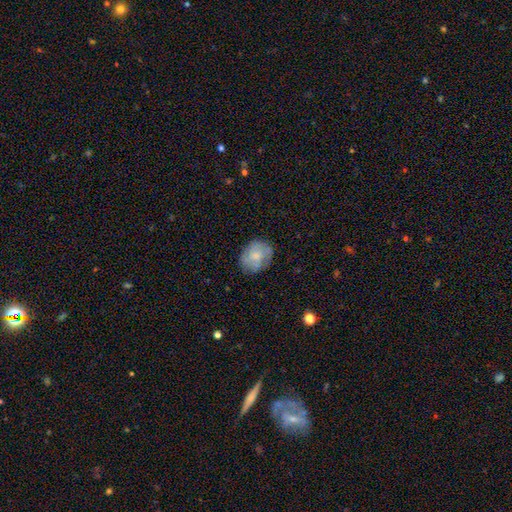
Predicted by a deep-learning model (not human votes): smooth_or_featured: smooth (p=0.55) [alt: featured or disk p=0.37]
how_rounded: round (p=0.55) [alt: in between p=0.44]
merging: none (p=0.73) [alt: minor disturbance p=0.19]